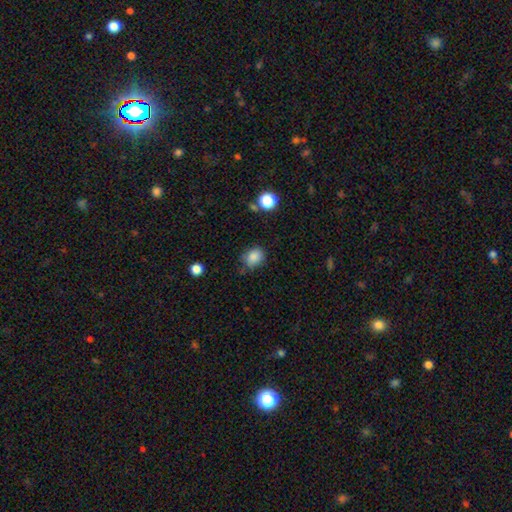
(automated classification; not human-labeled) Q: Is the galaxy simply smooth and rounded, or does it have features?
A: smooth — 85%.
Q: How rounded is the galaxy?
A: in between — 51%.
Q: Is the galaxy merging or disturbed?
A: none — 71%.